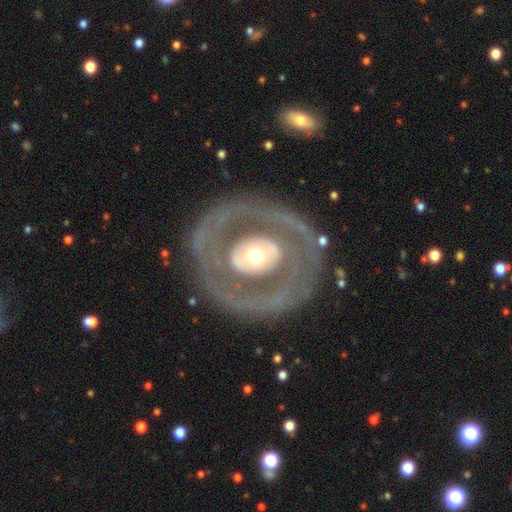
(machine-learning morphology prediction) smooth-or-featured: featured or disk: 75% | smooth: 20% | star or artifact: 5%
  disk-edge-on: no: 95% | yes: 5%
    bar: no: 78% | weak: 14% | strong: 8%
    has-spiral-arms: no: 59% | yes: 41%
    bulge-size: moderate: 61% | large: 26% | small: 8% | dominant: 3% | none: 1%
  merging: none: 78% | major disturbance: 11% | minor disturbance: 10% | merger: 2%